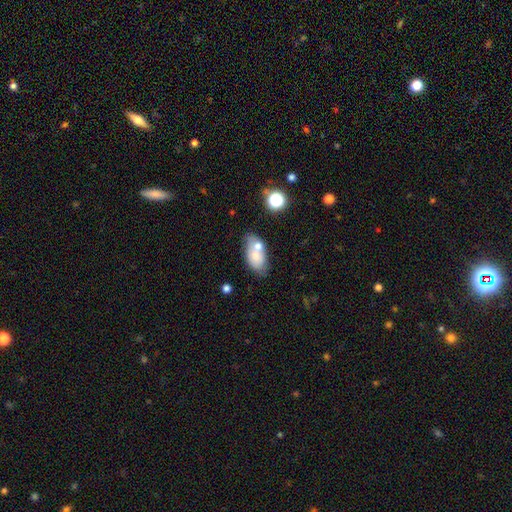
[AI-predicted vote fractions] Smooth or featured: smooth — 66% (featured or disk — 26%)
How rounded: in between — 90% (round — 7%)
Merging: none — 43% (merger — 35%)